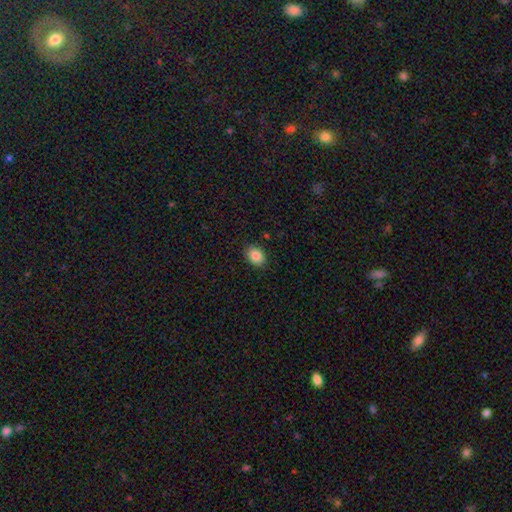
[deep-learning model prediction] Smooth or featured? Predicted: smooth (p=0.85). How rounded? Predicted: in between (p=0.59). Merging? Predicted: none (p=0.88).